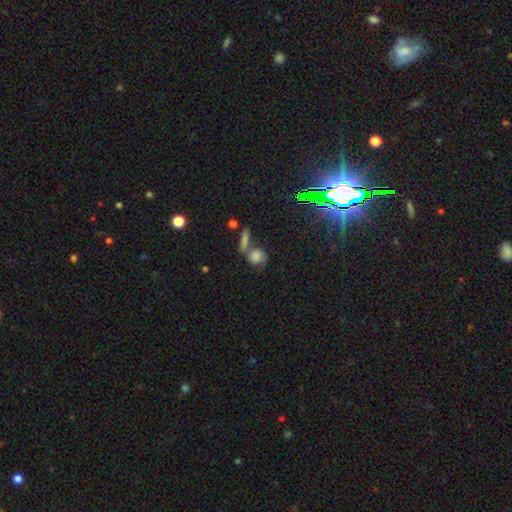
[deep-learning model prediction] The model was most divided on "merging" (2-way tie): merger: 39%, none: 39%, minor disturbance: 13%, major disturbance: 8%. More confident: smooth or featured — smooth (58%); how rounded — round (58%).